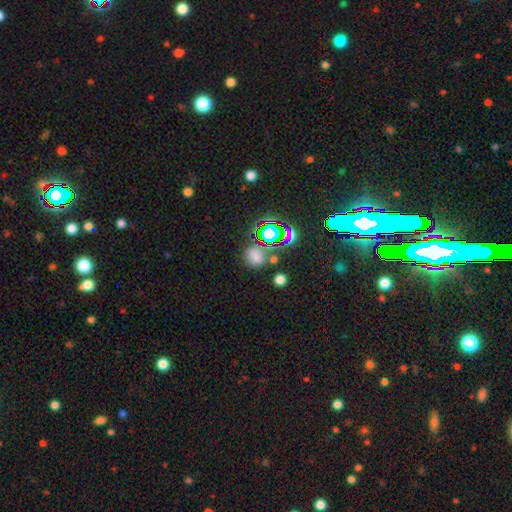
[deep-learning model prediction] This appears to be a smooth galaxy with no disk features (58%) that is round (62%). Merging: none (66%).